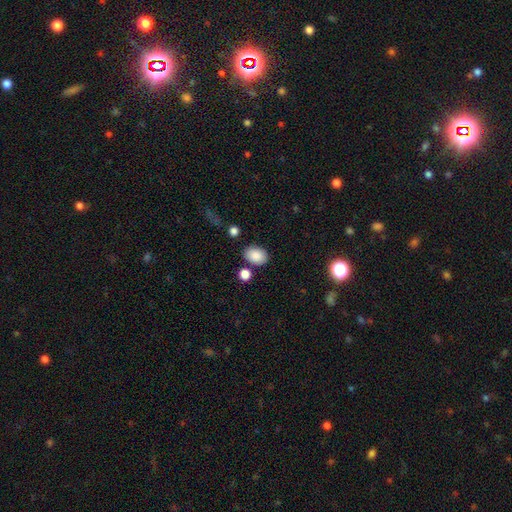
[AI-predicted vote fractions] This appears to be a smooth galaxy with no disk features (86%) that is in between round and cigar-shaped (79%). Merging: none (78%).